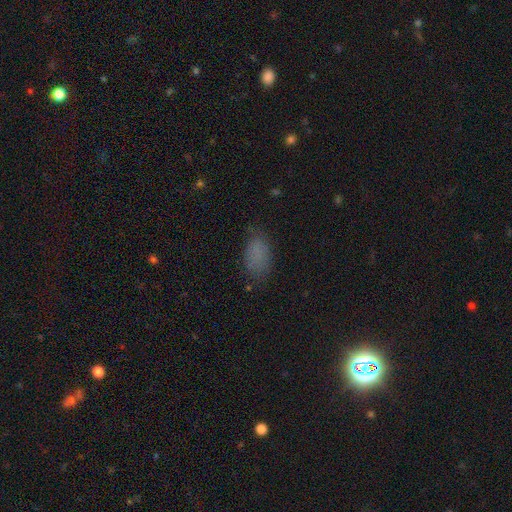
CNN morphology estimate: This appears to be a smooth galaxy with no disk features (73%) that is in between round and cigar-shaped (90%). Merging: none (72%).